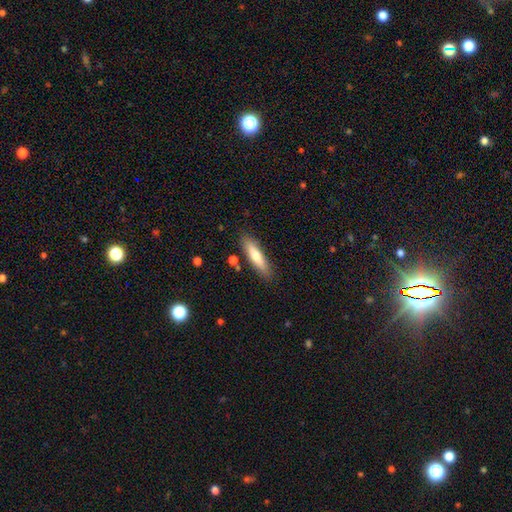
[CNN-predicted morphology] A smooth galaxy with no disk features (69%) that is cigar-shaped (76%).

Vote fractions:
- Smooth or featured? smooth: 69% / featured or disk: 25% / star or artifact: 6%
- How rounded? cigar-shaped: 76% / in between: 22% / round: 2%
- Merging? none: 85% / minor disturbance: 10% / merger: 3% / major disturbance: 2%